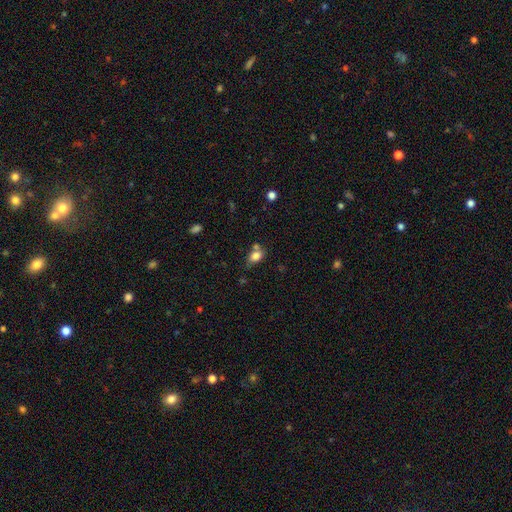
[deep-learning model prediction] A smooth galaxy with no disk features (81%) that is in between round and cigar-shaped (77%). Merging: none (54%).